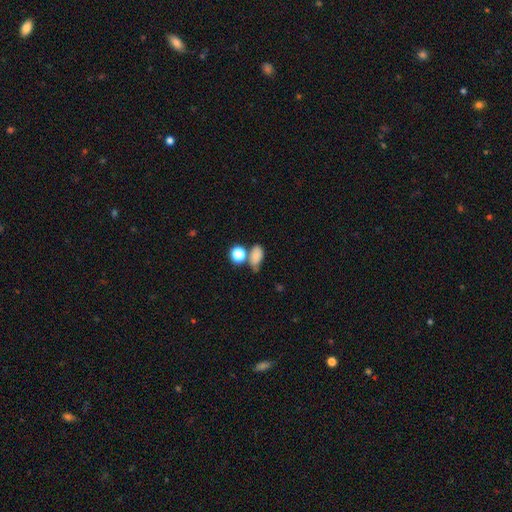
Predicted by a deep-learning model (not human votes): smooth-or-featured: smooth: 80% | star or artifact: 12% | featured or disk: 9%
  how-rounded: in between: 82% | round: 16% | cigar-shaped: 3%
  merging: none: 45% | merger: 25% | minor disturbance: 22% | major disturbance: 9%